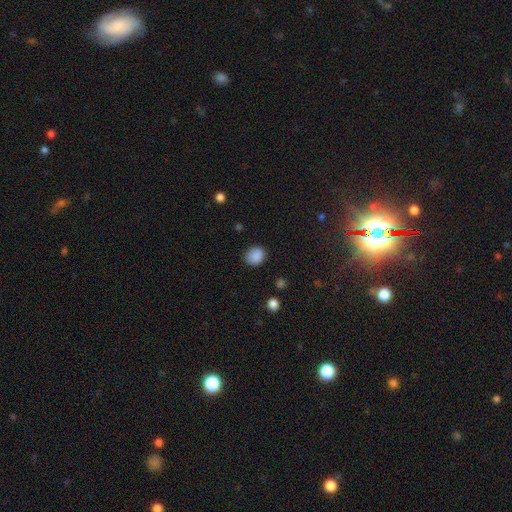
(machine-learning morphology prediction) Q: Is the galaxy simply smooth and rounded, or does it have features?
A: smooth — 88%.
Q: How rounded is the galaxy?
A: round — 66%.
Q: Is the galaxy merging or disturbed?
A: none — 84%.